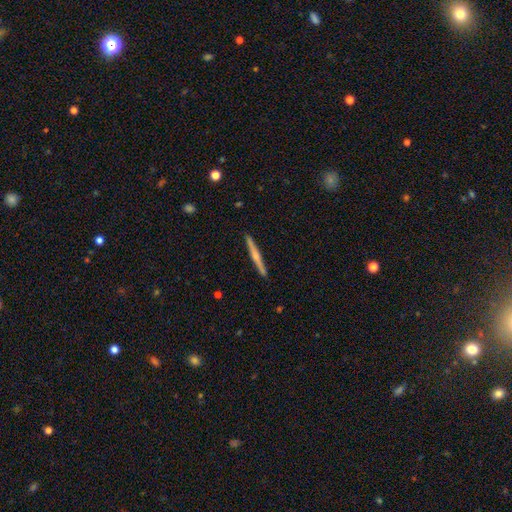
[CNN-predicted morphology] Smooth or featured? Predicted: featured or disk (p=0.59). Edge-on disk? Predicted: yes (p=0.98). Edge-on bulge? Predicted: rounded (p=0.63). Merging? Predicted: none (p=0.91).